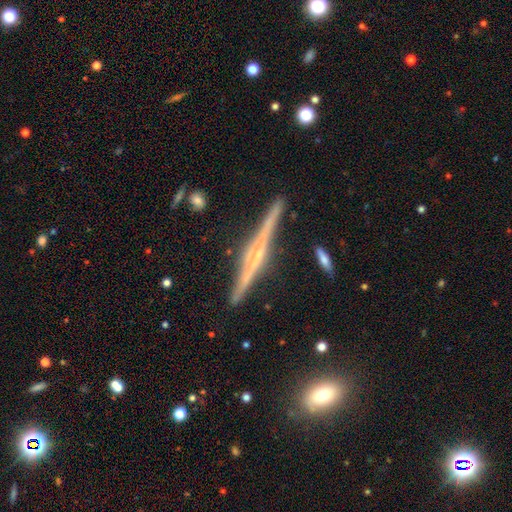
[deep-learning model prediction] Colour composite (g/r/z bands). It shows a featured or disk galaxy (83%) viewed edge-on (98%) with a rounded central bulge (53%). Merging: none (88%).